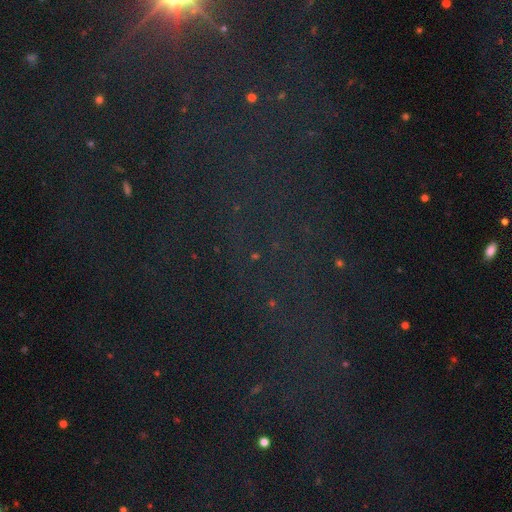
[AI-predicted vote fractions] This appears to be a star or artifact, not a galaxy (79%).